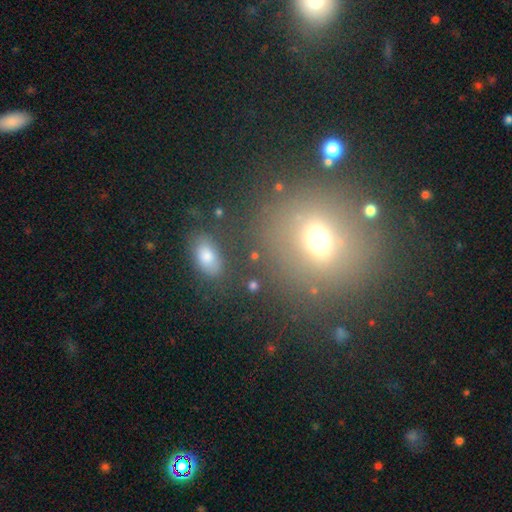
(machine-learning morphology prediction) smooth_or_featured: smooth (p=0.65) [alt: star or artifact p=0.21]
how_rounded: in between (p=0.57) [alt: round p=0.40]
merging: none (p=0.76) [alt: minor disturbance p=0.11]